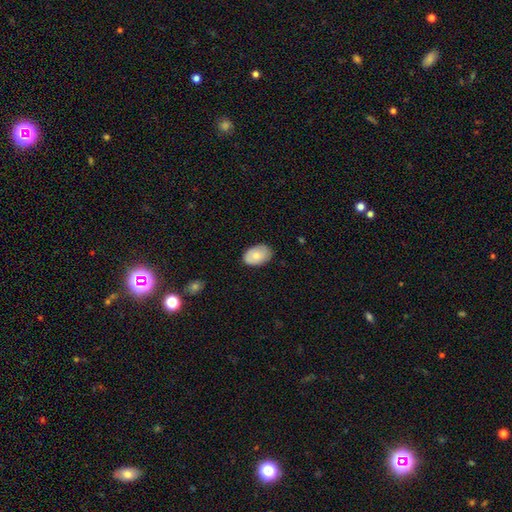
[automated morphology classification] Overall: smooth (78%). How rounded: in between (89%). Merging: none (80%).